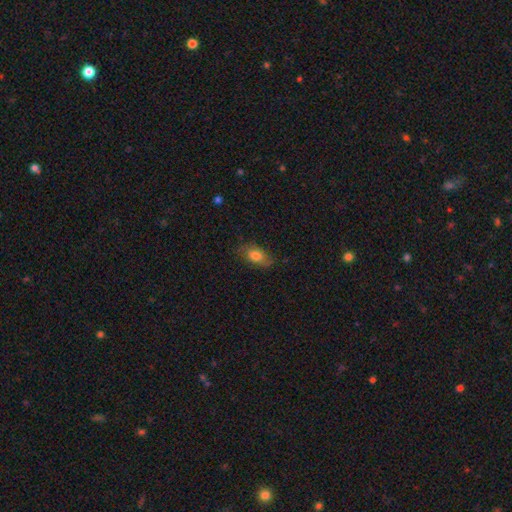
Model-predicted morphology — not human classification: smooth_or_featured: smooth (p=0.72) [alt: featured or disk p=0.20]
how_rounded: in between (p=0.87) [alt: round p=0.08]
merging: none (p=0.73) [alt: minor disturbance p=0.21]